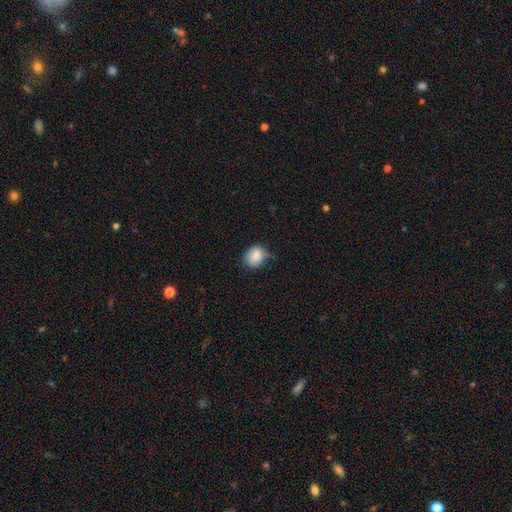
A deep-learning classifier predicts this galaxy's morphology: smooth-or-featured: smooth: 84% | star or artifact: 8% | featured or disk: 8%
  how-rounded: round: 61% | in between: 38% | cigar-shaped: 1%
  merging: none: 61% | minor disturbance: 31% | major disturbance: 7% | merger: 1%